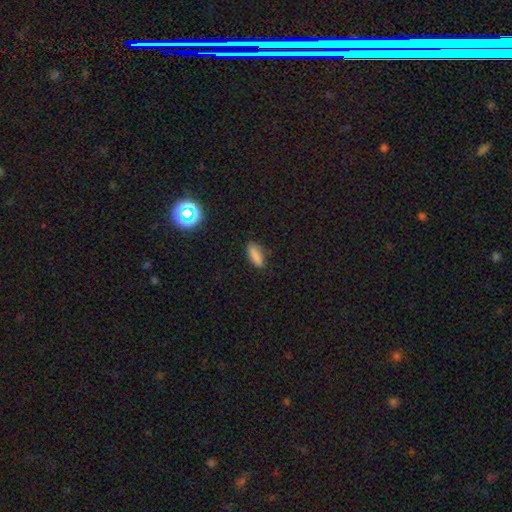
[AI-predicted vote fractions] Smooth or featured? smooth (85%)
How rounded? in between (58%)
Merging? none (85%)